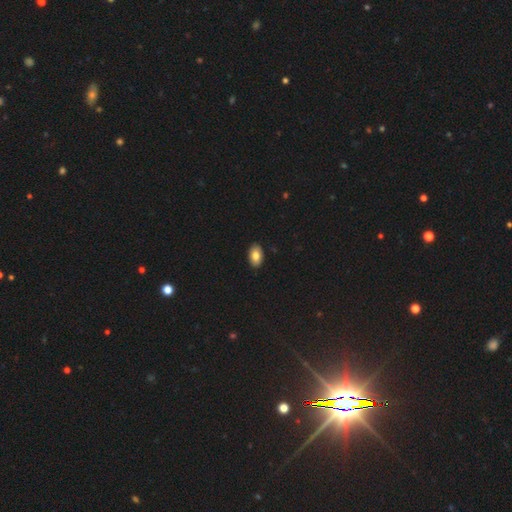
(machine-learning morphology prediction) A smooth galaxy with no disk features (83%) that is in between round and cigar-shaped (92%).

Vote fractions:
- Smooth or featured? smooth: 83% / featured or disk: 10% / star or artifact: 7%
- How rounded? in between: 92% / round: 6% / cigar-shaped: 1%
- Merging? none: 91% / minor disturbance: 7% / major disturbance: 1% / merger: 1%